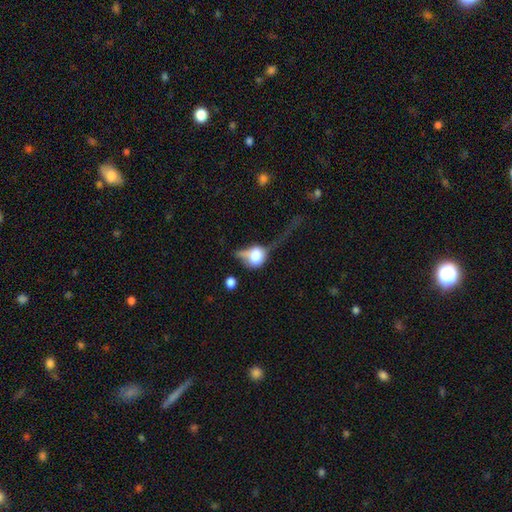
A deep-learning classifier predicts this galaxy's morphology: smooth-or-featured: smooth: 56% | featured or disk: 34% | star or artifact: 11%
  how-rounded: in between: 52% | round: 43% | cigar-shaped: 4%
  merging: major disturbance: 48% | none: 18% | minor disturbance: 18% | merger: 15%